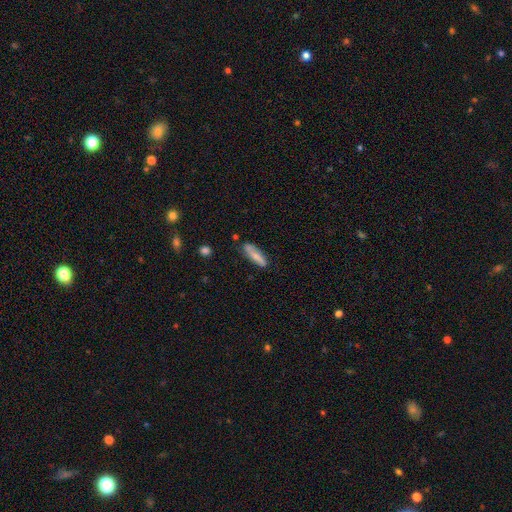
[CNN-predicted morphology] smooth-or-featured: smooth: 75% | featured or disk: 18% | star or artifact: 6%
  how-rounded: cigar-shaped: 62% | in between: 36% | round: 2%
  merging: none: 66% | minor disturbance: 23% | merger: 5% | major disturbance: 5%